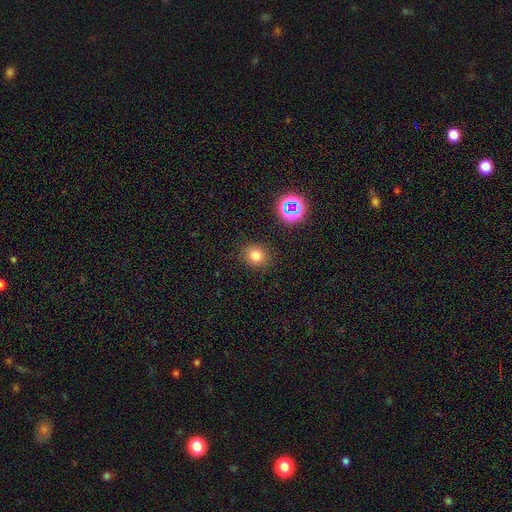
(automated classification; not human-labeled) A smooth galaxy with no disk features (76%) that is round (78%).

Vote fractions:
- Smooth or featured? smooth: 76% / star or artifact: 17% / featured or disk: 7%
- How rounded? round: 78% / in between: 21% / cigar-shaped: 1%
- Merging? none: 87% / minor disturbance: 8% / major disturbance: 3% / merger: 2%